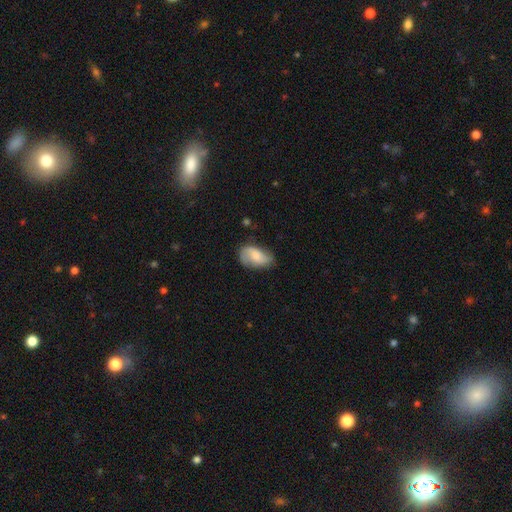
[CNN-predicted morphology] The model was most divided on "smooth or featured": smooth: 55%, featured or disk: 37%, star or artifact: 8%. More confident: how rounded — in between (89%); merging — none (61%).